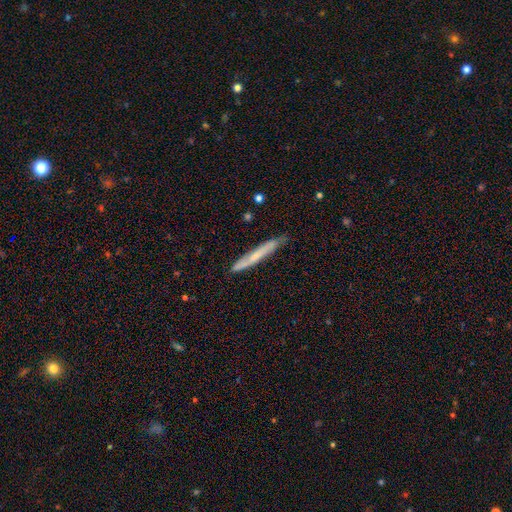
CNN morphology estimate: The model was most divided on "smooth or featured": smooth: 53%, featured or disk: 41%, star or artifact: 6%. More confident: how rounded — cigar-shaped (96%); merging — none (81%).